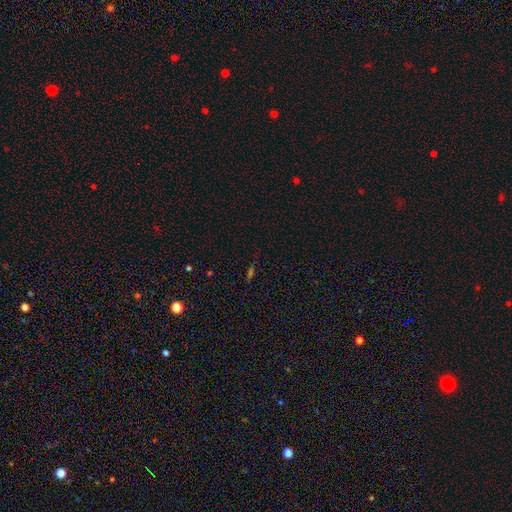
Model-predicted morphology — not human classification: smooth-or-featured: star or artifact: 53% | smooth: 32% | featured or disk: 15%